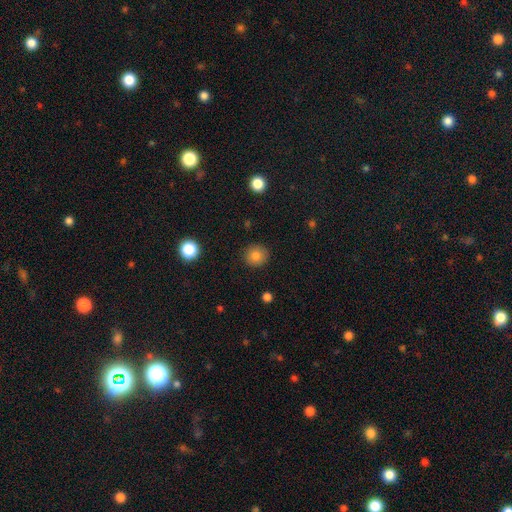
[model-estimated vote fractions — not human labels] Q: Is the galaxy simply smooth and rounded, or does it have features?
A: smooth — 83%.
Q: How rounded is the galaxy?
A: round — 91%.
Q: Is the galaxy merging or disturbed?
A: none — 90%.